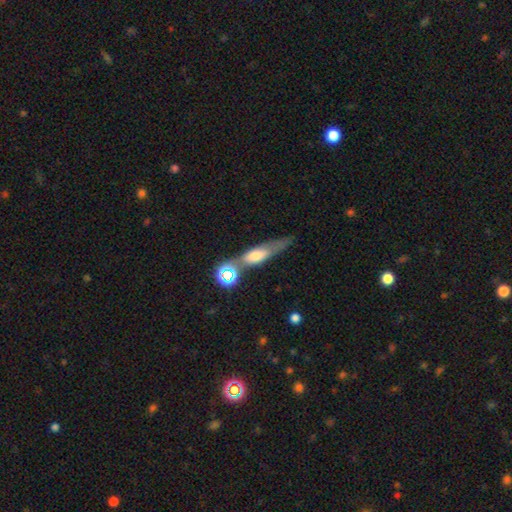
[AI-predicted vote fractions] smooth-or-featured: smooth: 45% | featured or disk: 41% | star or artifact: 15%
  merging: none: 56% | minor disturbance: 18% | merger: 17% | major disturbance: 8%